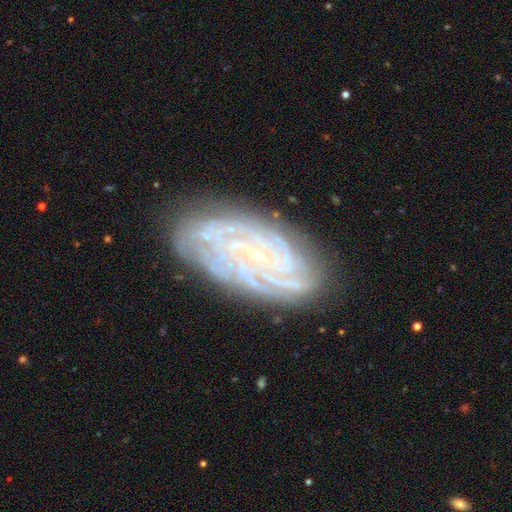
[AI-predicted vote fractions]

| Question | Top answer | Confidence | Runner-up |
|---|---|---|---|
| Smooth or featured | featured or disk | 82% | smooth (9%) |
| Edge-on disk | no | 95% | yes (5%) |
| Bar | no | 69% | weak (23%) |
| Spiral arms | yes | 96% | no (4%) |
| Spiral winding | tight | 75% | medium (21%) |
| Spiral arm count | can't tell | 28% | 4 (22%) |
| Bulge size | small | 85% | moderate (9%) |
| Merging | none | 80% | minor disturbance (14%) |